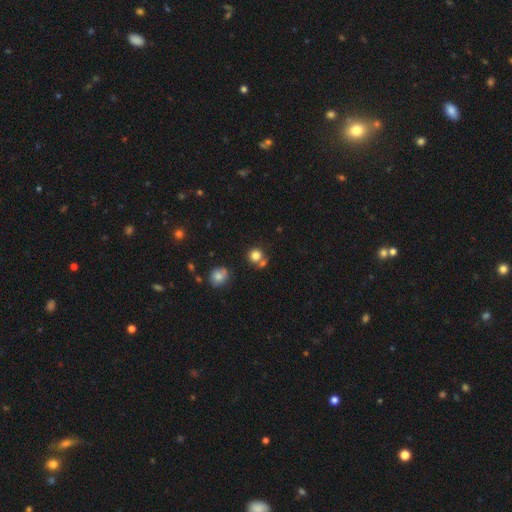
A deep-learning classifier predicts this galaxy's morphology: smooth-or-featured: smooth: 80% | star or artifact: 13% | featured or disk: 7%
  how-rounded: round: 89% | in between: 11% | cigar-shaped: 1%
  merging: none: 63% | merger: 23% | minor disturbance: 10% | major disturbance: 4%